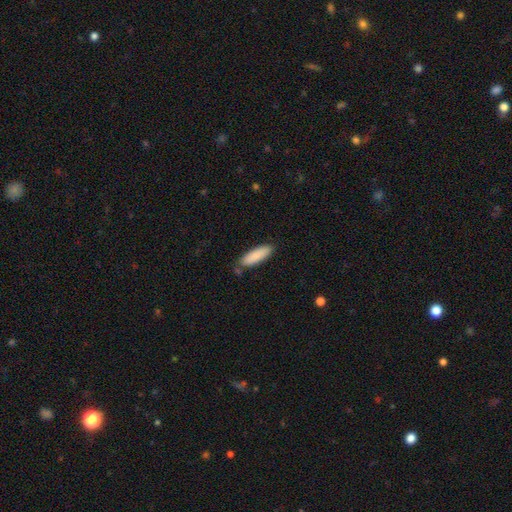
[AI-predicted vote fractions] Smooth or featured? Predicted: smooth (p=0.88). How rounded? Predicted: cigar-shaped (p=0.53). Merging? Predicted: none (p=0.79).